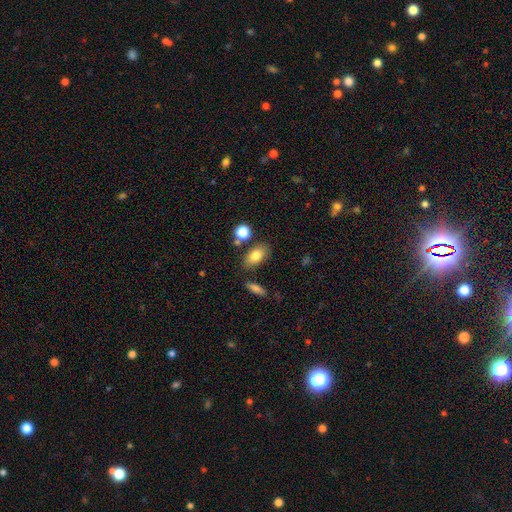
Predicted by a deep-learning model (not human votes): Morphology: type=smooth (79%); roundness=in between (86%); merging=none (75%).